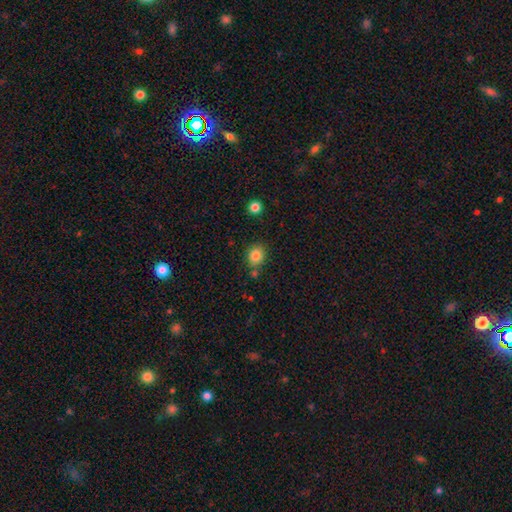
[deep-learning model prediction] This appears to be a smooth galaxy with no disk features (84%) that is round (68%). Merging: none (75%).